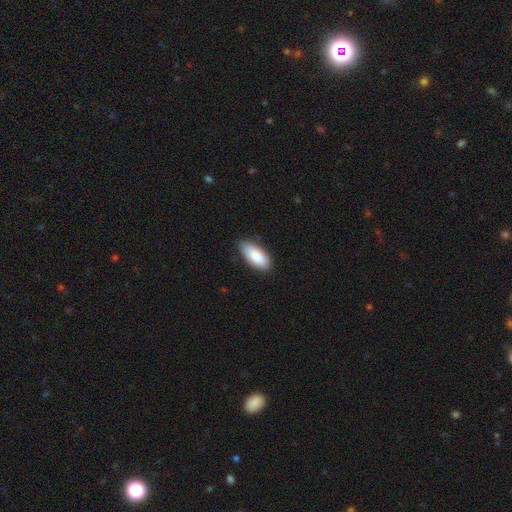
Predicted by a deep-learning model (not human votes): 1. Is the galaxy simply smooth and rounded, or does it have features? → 84% smooth, 11% featured or disk, 6% star or artifact.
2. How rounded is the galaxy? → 90% in between, 8% cigar-shaped, 2% round.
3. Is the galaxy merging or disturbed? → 83% none, 14% minor disturbance, 2% major disturbance, 1% merger.